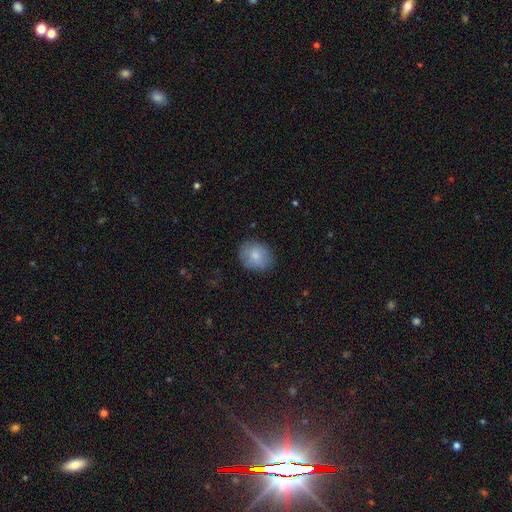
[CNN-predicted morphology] Smooth or featured? smooth (82%)
How rounded? round (55%)
Merging? none (78%)